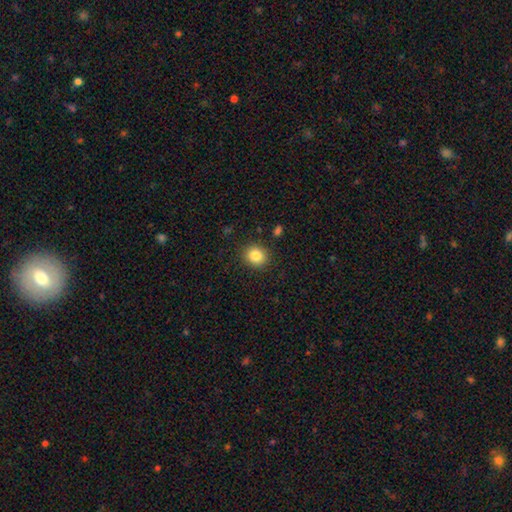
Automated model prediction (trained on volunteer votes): Overall: smooth (84%). How rounded: round (79%). Merging: none (89%).